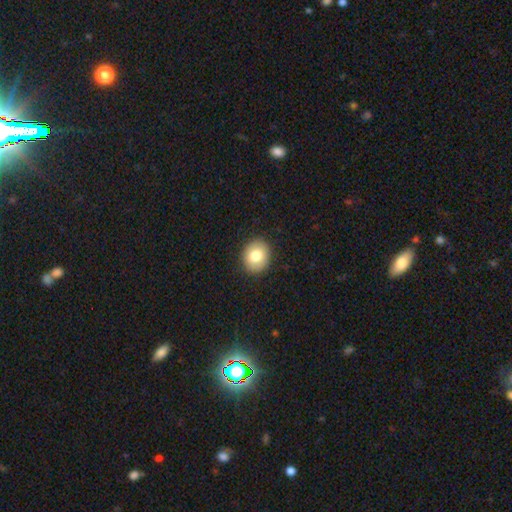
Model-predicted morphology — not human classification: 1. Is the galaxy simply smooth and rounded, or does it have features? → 80% smooth, 11% featured or disk, 9% star or artifact.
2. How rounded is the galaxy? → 68% round, 31% in between, 1% cigar-shaped.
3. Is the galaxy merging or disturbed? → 90% none, 7% minor disturbance, 2% major disturbance, 1% merger.